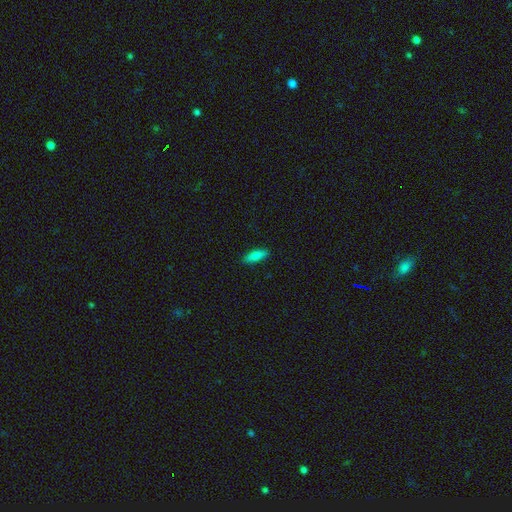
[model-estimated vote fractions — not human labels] The model was most divided on "how rounded": in between: 52%, cigar-shaped: 46%, round: 2%. More confident: merging — none (88%); smooth or featured — smooth (79%).